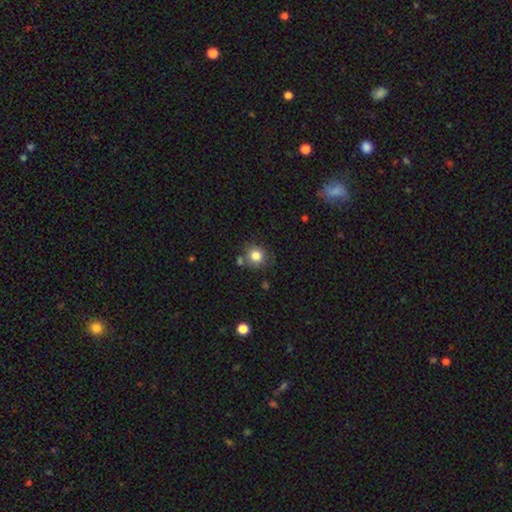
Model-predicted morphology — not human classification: Overall: smooth (83%). How rounded: round (88%). Merging: none (74%).